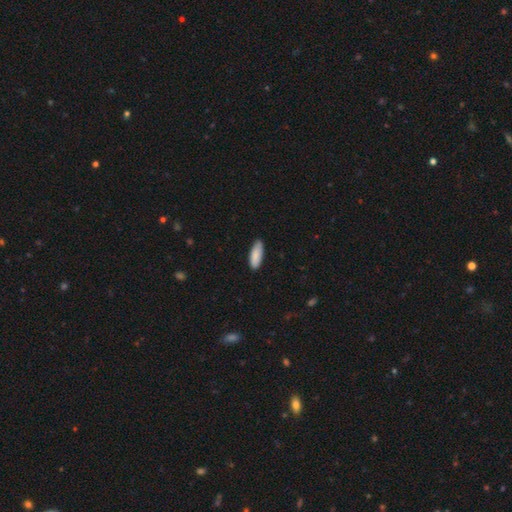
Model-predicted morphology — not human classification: A smooth galaxy with no disk features (88%) that is in between round and cigar-shaped (66%).

Vote fractions:
- Smooth or featured? smooth: 88% / featured or disk: 7% / star or artifact: 5%
- How rounded? in between: 66% / cigar-shaped: 33% / round: 2%
- Merging? none: 83% / minor disturbance: 14% / major disturbance: 2% / merger: 1%